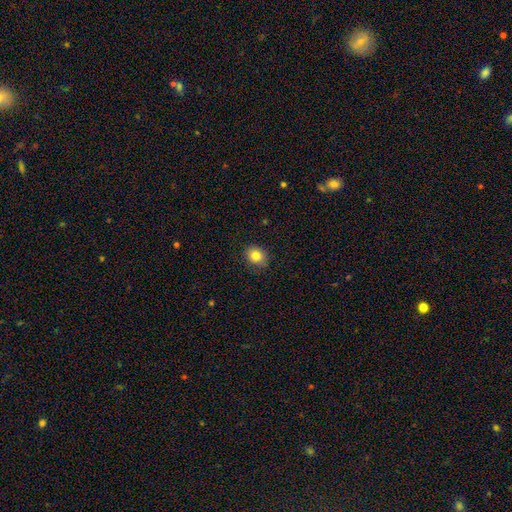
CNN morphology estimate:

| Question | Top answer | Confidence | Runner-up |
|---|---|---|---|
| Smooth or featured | smooth | 83% | star or artifact (10%) |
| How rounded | round | 59% | in between (40%) |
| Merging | none | 86% | minor disturbance (11%) |